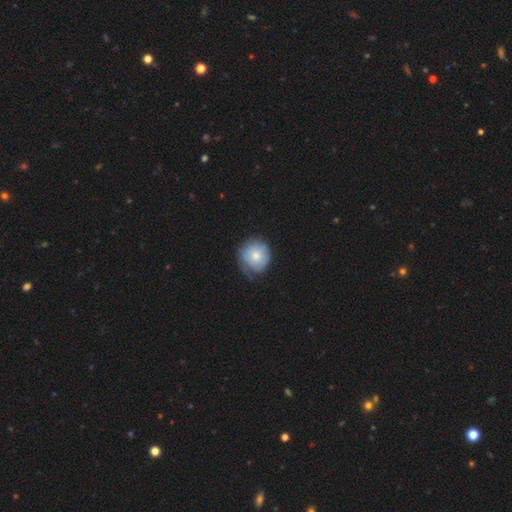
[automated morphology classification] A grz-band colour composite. It shows a smooth galaxy with no disk features (69%) that is round (89%). Merging: none (53%).